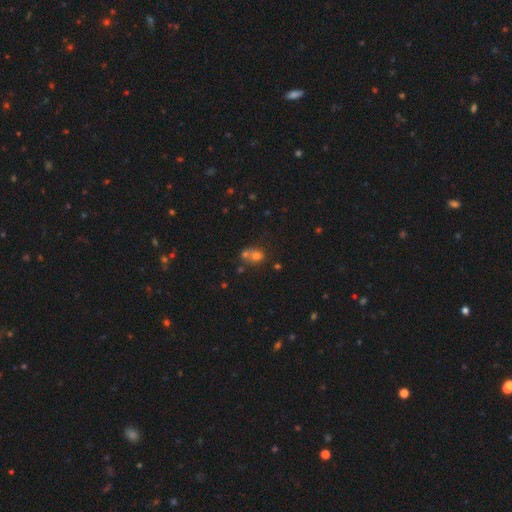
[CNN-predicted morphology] Smooth or featured: smooth — 67% (star or artifact — 18%)
How rounded: round — 69% (in between — 29%)
Merging: merger — 55% (none — 33%)